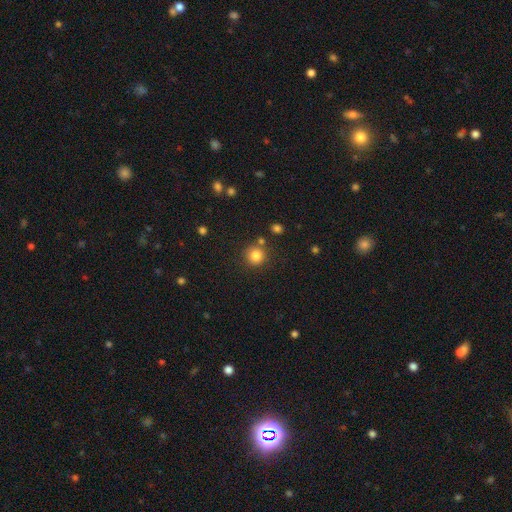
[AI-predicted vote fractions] This is clearly a smooth galaxy (82%). How rounded: clearly round (92%). Merging: likely none (79%).